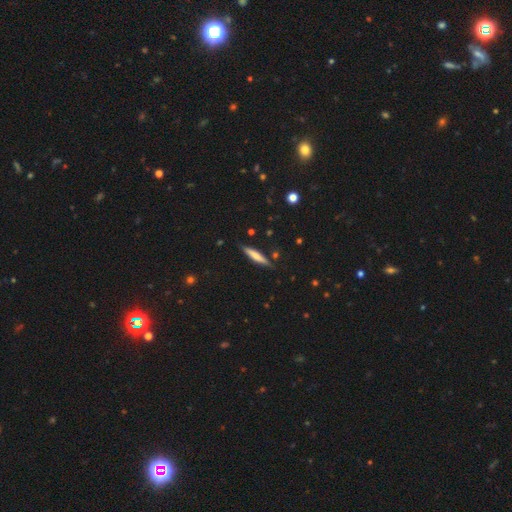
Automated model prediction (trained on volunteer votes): Q: Smooth or featured?
A: smooth (58%); runner-up: featured or disk (36%)
Q: How rounded?
A: cigar-shaped (90%); runner-up: in between (9%)
Q: Merging?
A: none (85%); runner-up: minor disturbance (11%)